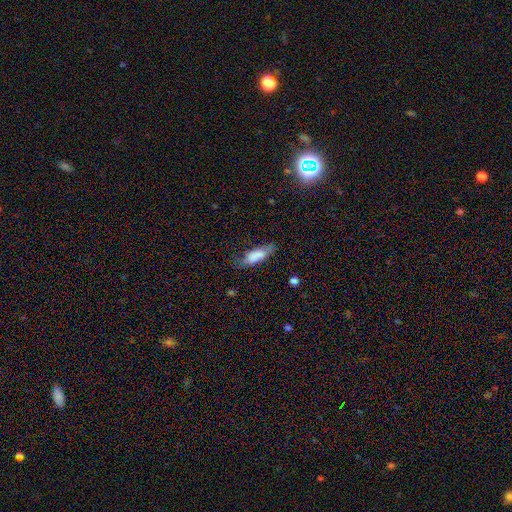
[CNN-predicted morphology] type=smooth (75%); roundness=in between (57%); merging=none (49%).